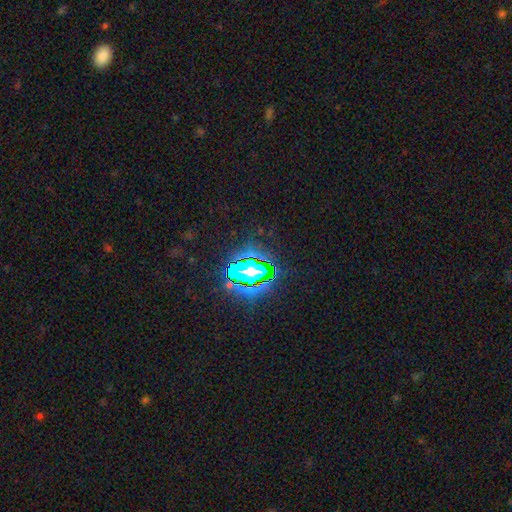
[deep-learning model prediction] Smooth or featured? Predicted: star or artifact (p=0.81).